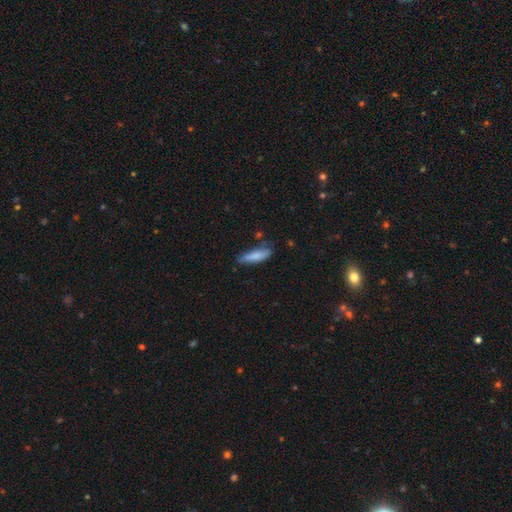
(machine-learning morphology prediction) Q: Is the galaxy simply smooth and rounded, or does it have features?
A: smooth — 80%.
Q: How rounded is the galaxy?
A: cigar-shaped — 63%.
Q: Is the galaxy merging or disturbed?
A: none — 64%.